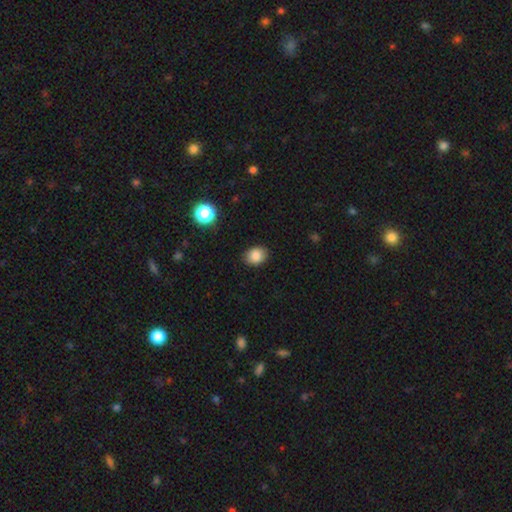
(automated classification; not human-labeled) smooth 85%, star or artifact 10%, featured or disk 4%. Down the decision tree: how rounded — in between (56%); merging — none (86%).